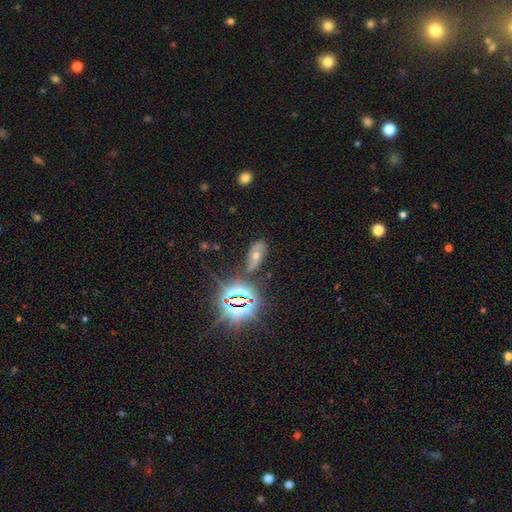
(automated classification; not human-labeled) Smooth or featured? star or artifact (40%)